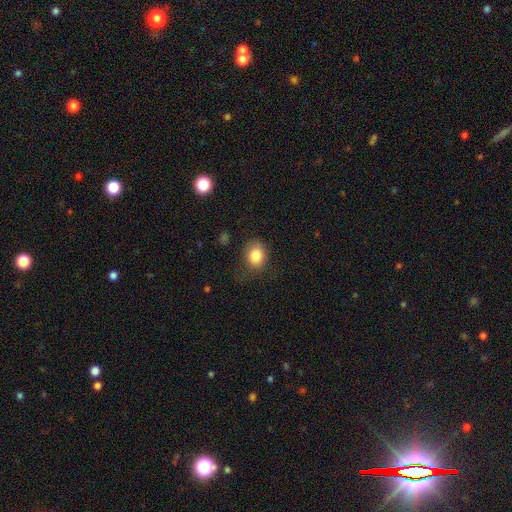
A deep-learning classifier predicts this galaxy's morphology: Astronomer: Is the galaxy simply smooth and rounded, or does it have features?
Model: smooth — 84%.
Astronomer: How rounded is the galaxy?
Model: round — 50% (runner-up: in between, 49%).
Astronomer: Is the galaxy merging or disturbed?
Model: none — 66%.